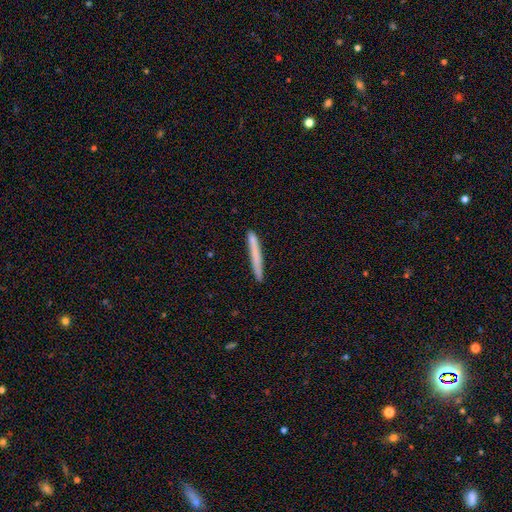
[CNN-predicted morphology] smooth 71%, featured or disk 23%, star or artifact 6%. Down the decision tree: how rounded — cigar-shaped (97%); merging — none (86%).